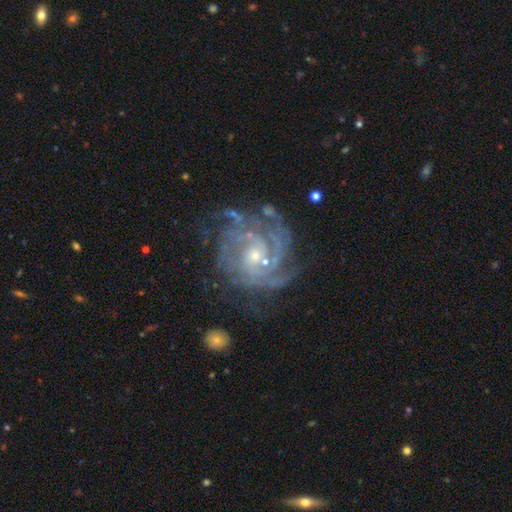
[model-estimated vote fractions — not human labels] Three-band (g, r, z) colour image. It shows a featured or disk galaxy (90%) with no bar (67%), 4 (25%, tied with 3) tight (72%) spiral arms (98%) and a small central bulge (68%). Merging: none (66%).